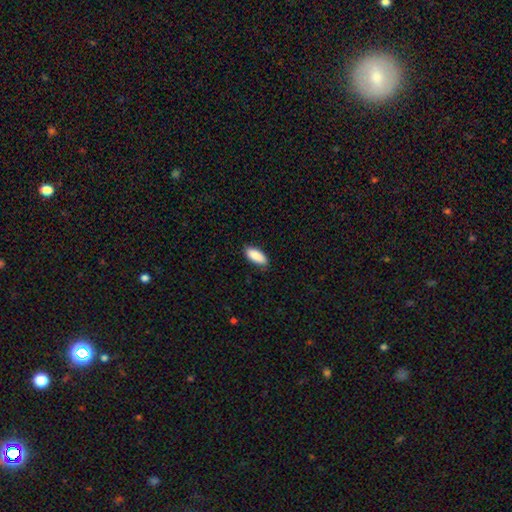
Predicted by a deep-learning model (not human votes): smooth 89%, star or artifact 6%, featured or disk 5%. Down the decision tree: how rounded — in between (83%); merging — none (84%).